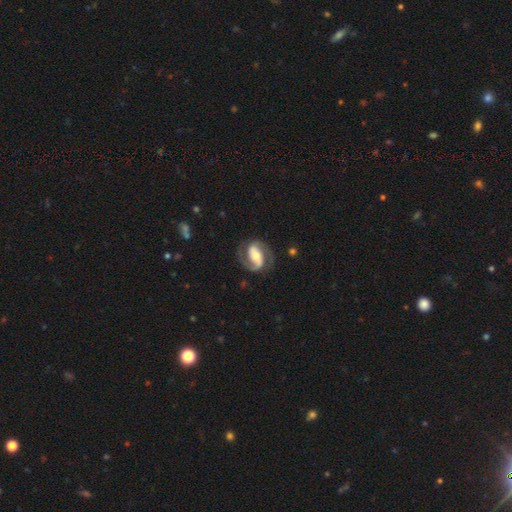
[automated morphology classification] Overall: featured or disk (85%). Edge-on disk: no (97%). Bar: strong (48%; weak 30%). Spiral arms: yes (95%). Spiral arm count: 2 (90%). Spiral winding: medium (50%; tight 32%). Bulge size: moderate (55%; small 31%). Merging: none (78%).